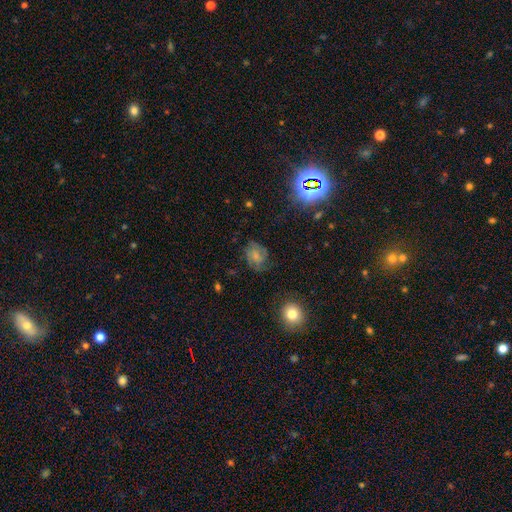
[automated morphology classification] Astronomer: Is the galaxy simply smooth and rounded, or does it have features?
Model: smooth — 52% (runner-up: featured or disk, 35%).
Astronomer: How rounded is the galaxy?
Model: in between — 49%, tied with round at 49%.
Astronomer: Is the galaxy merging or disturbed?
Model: none — 61%.